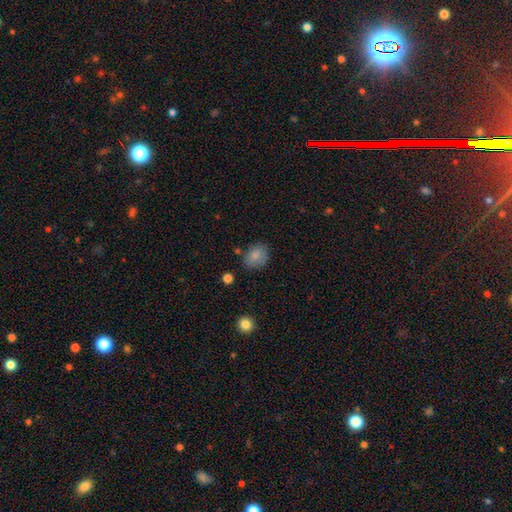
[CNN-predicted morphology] Smooth or featured: smooth — 83% (star or artifact — 9%)
How rounded: in between — 52% (round — 47%)
Merging: none — 72% (minor disturbance — 20%)